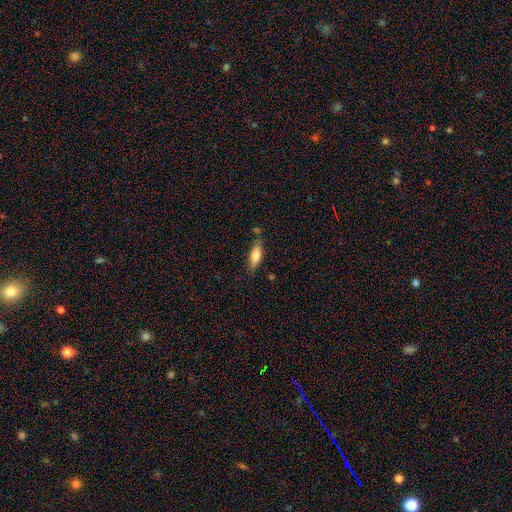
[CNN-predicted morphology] A smooth galaxy with no disk features (75%) that is in between round and cigar-shaped (64%). Merging: none (74%).